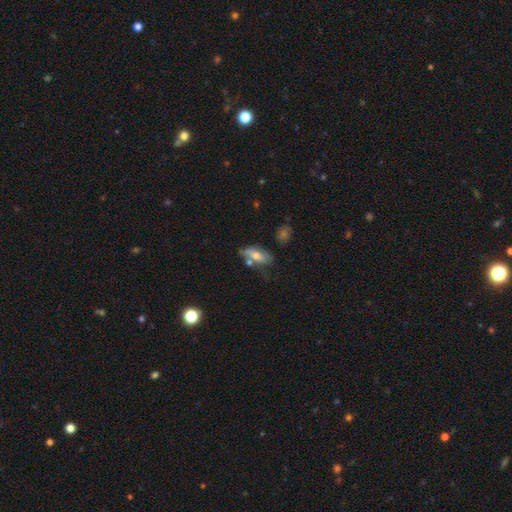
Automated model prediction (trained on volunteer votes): The model was most divided on "smooth or featured": smooth: 55%, featured or disk: 35%, star or artifact: 9%. Remaining: how rounded — in between (78%); merging — none (47%).